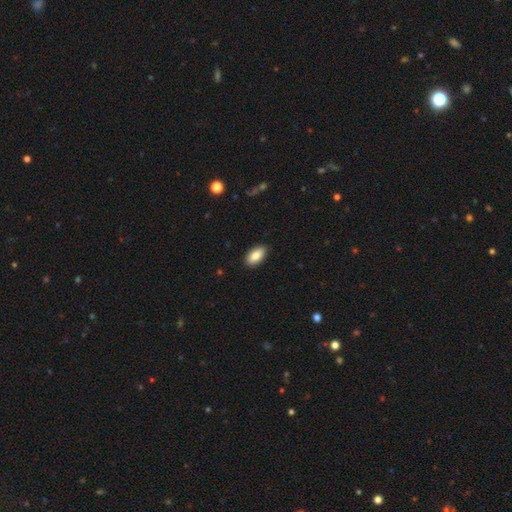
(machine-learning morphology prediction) type=smooth (86%); roundness=in between (93%); merging=none (89%).